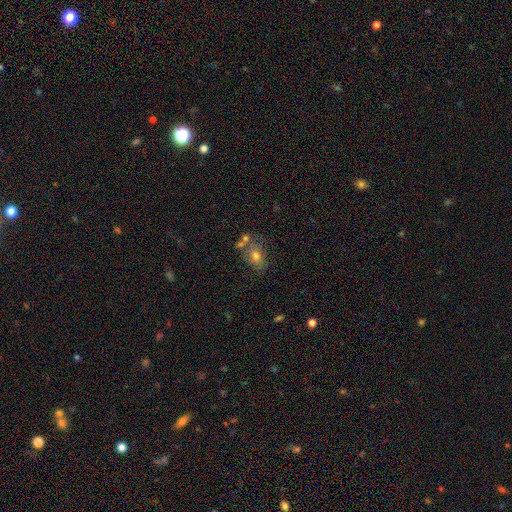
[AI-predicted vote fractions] A smooth galaxy with no disk features (55%) that is in between round and cigar-shaped (61%). Merging: none (61%).